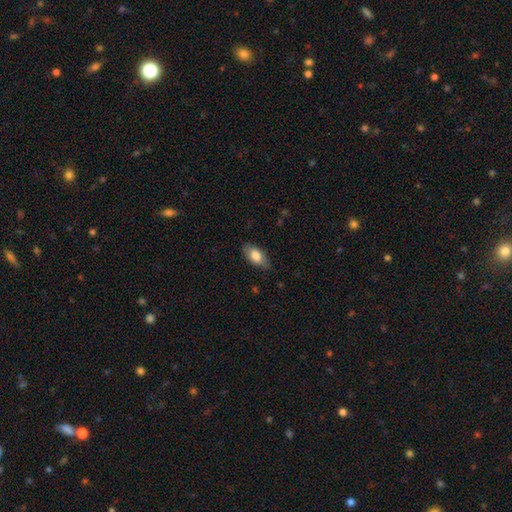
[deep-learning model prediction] Smooth or featured? Predicted: smooth (p=0.78). How rounded? Predicted: in between (p=0.91). Merging? Predicted: none (p=0.80).